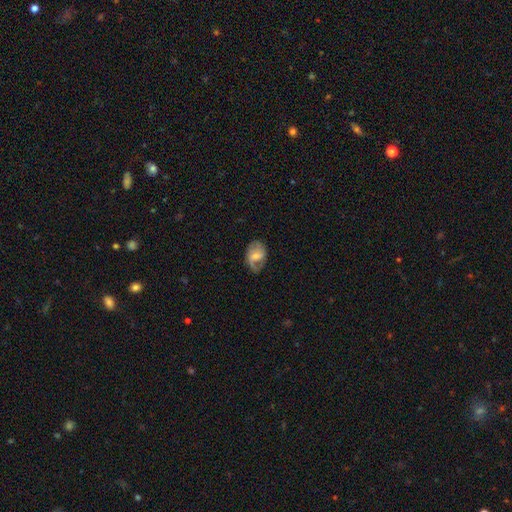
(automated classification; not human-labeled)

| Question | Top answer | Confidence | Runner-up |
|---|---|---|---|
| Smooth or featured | featured or disk | 59% | smooth (34%) |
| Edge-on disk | no | 96% | yes (4%) |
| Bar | weak | 49% | no (33%) |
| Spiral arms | yes | 84% | no (16%) |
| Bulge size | moderate | 43% | small (39%) |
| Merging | none | 61% | minor disturbance (25%) |